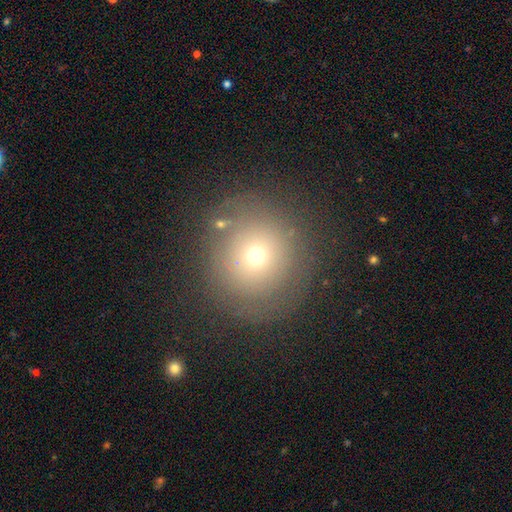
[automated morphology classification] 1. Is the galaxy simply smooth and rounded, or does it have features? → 64% smooth, 19% star or artifact, 17% featured or disk.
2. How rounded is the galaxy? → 92% round, 7% in between, 1% cigar-shaped.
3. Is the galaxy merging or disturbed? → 80% none, 11% minor disturbance, 6% major disturbance, 3% merger.